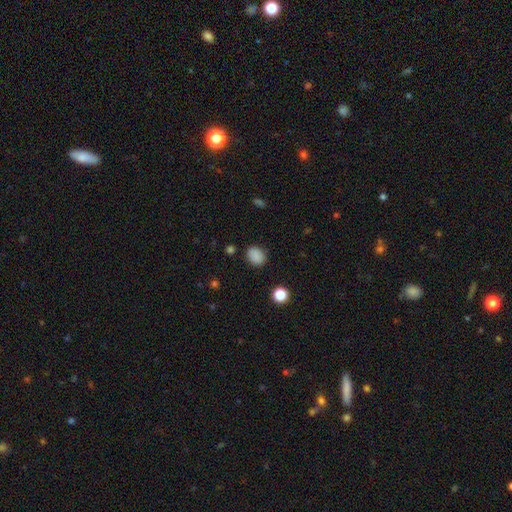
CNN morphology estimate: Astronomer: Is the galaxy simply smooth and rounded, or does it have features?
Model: smooth — 85%.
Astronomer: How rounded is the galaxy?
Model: in between — 50% (runner-up: round, 49%).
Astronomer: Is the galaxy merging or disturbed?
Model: none — 83%.